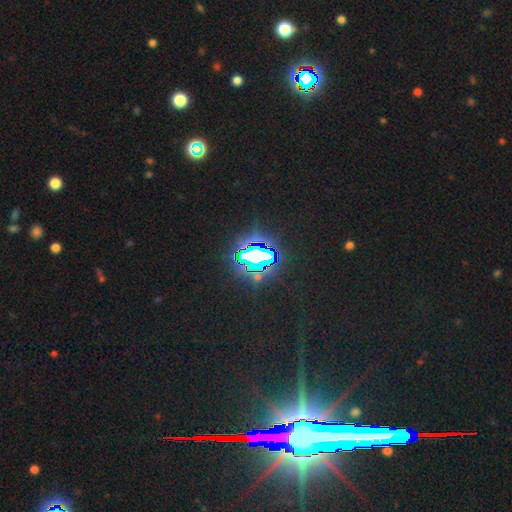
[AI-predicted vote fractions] Smooth or featured? Predicted: star or artifact (p=0.77).